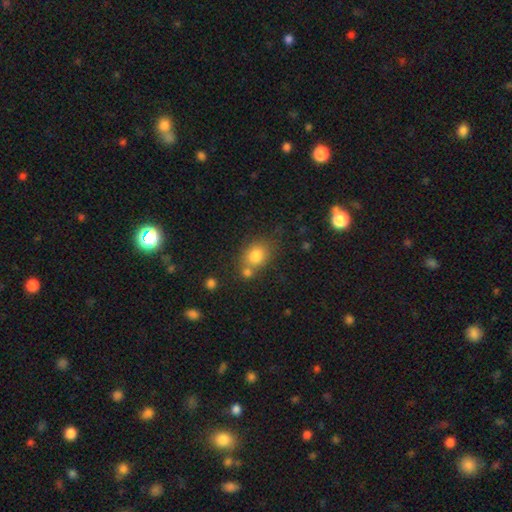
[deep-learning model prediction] This appears to be a smooth galaxy with no disk features (80%) that is round (55%). Merging: none (53%).